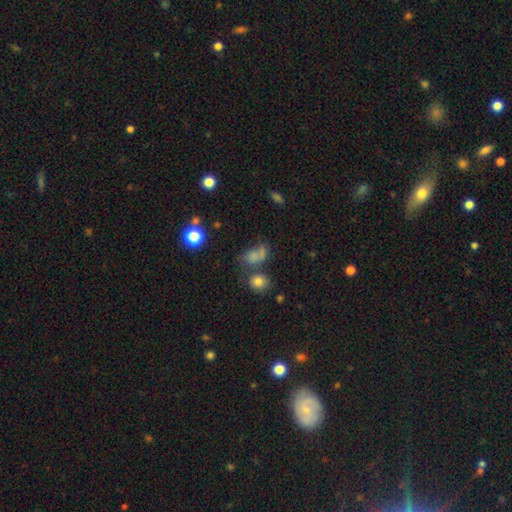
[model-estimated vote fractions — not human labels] Morphology: type=smooth (68%); roundness=in between (63%); merging=none (35%).